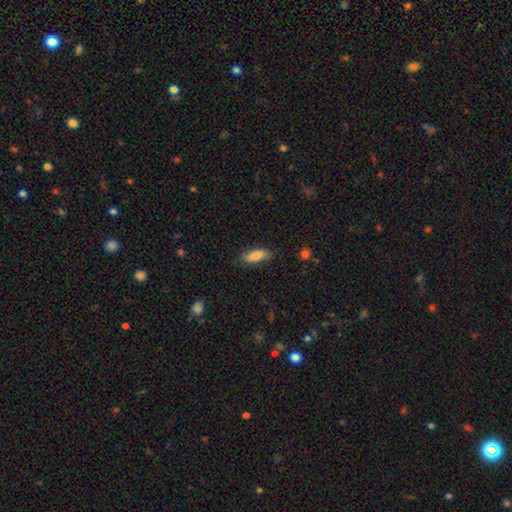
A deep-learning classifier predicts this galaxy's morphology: smooth_or_featured: smooth (p=0.75) [alt: featured or disk p=0.18]
how_rounded: in between (p=0.71) [alt: cigar-shaped p=0.27]
merging: none (p=0.77) [alt: minor disturbance p=0.18]